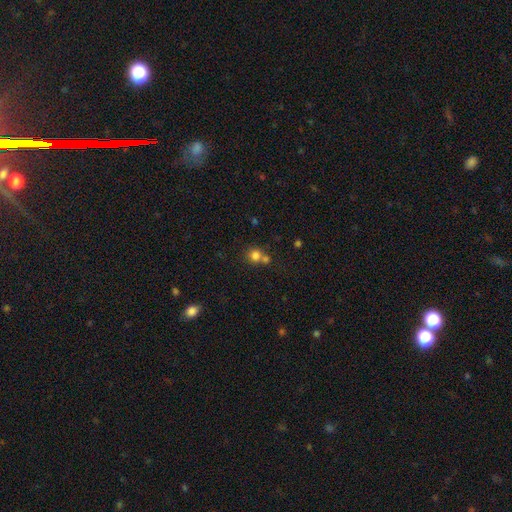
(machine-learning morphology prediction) smooth-or-featured: smooth: 79% | star or artifact: 13% | featured or disk: 9%
  how-rounded: round: 86% | in between: 13% | cigar-shaped: 1%
  merging: none: 48% | merger: 42% | minor disturbance: 7% | major disturbance: 3%